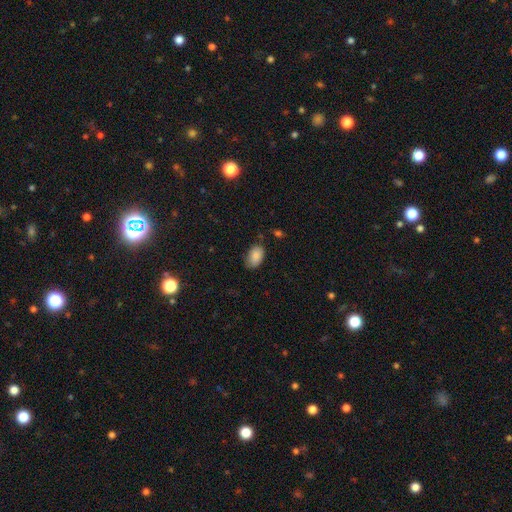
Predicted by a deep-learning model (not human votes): Smooth or featured: smooth — 87% (star or artifact — 7%)
How rounded: in between — 91% (round — 7%)
Merging: none — 71% (minor disturbance — 23%)